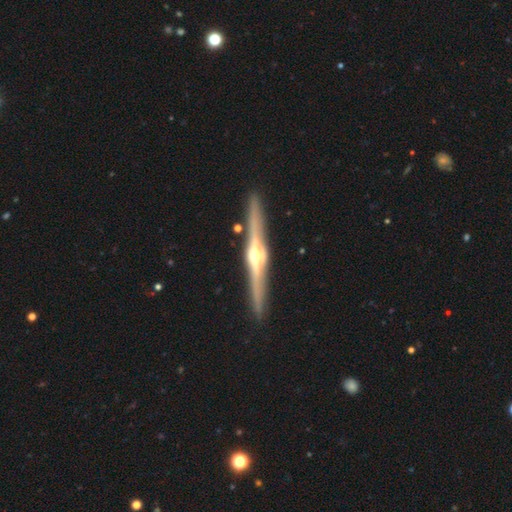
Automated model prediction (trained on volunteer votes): This appears to be a featured or disk galaxy (86%) viewed edge-on (98%) with a rounded central bulge (91%). Merging: none (91%).